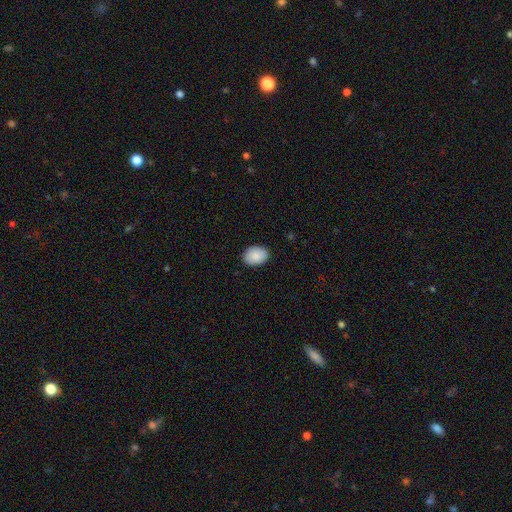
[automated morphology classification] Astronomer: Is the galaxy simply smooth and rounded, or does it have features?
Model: smooth — 89%.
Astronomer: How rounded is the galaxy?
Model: in between — 76%.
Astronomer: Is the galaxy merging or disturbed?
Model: none — 88%.